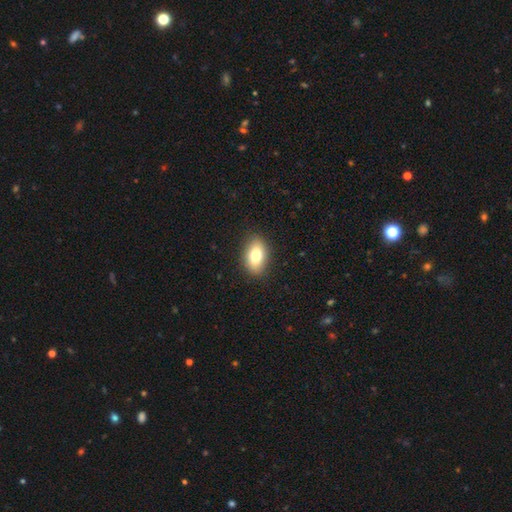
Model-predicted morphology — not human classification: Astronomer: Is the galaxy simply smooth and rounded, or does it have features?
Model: smooth — 78%.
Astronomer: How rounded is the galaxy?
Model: in between — 88%.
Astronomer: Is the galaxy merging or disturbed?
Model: none — 87%.